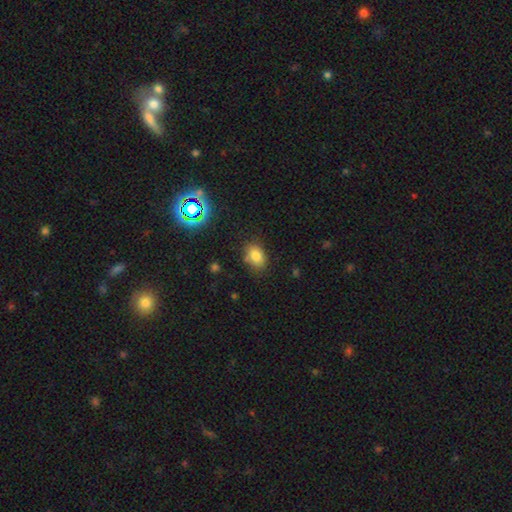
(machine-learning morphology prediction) smooth_or_featured: smooth (p=0.80) [alt: star or artifact p=0.13]
how_rounded: in between (p=0.73) [alt: round p=0.26]
merging: none (p=0.77) [alt: minor disturbance p=0.15]